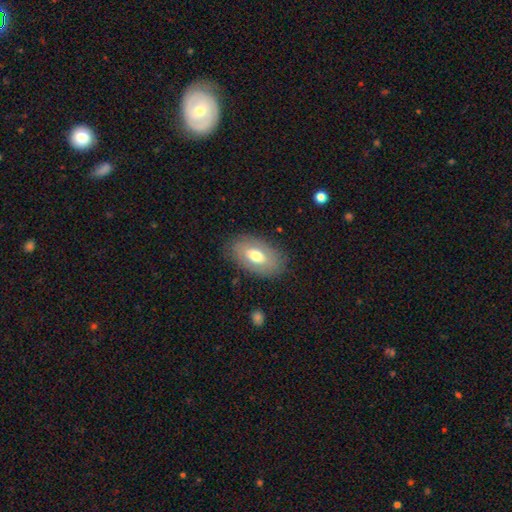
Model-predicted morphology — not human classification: Smooth or featured? smooth (60%)
How rounded? in between (92%)
Merging? none (83%)